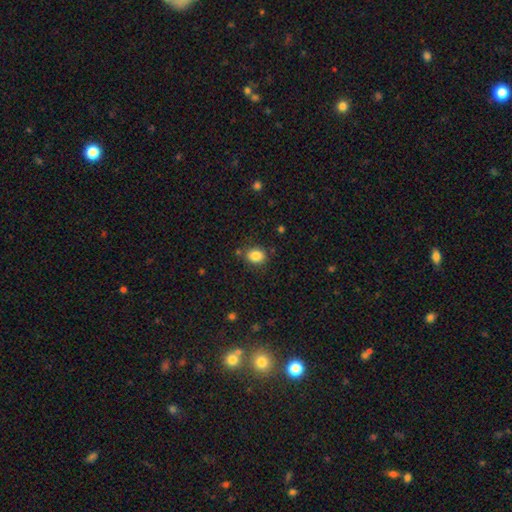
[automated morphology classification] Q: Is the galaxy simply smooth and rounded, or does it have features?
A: smooth — 85%.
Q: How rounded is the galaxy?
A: round — 51%.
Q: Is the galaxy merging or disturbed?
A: none — 82%.